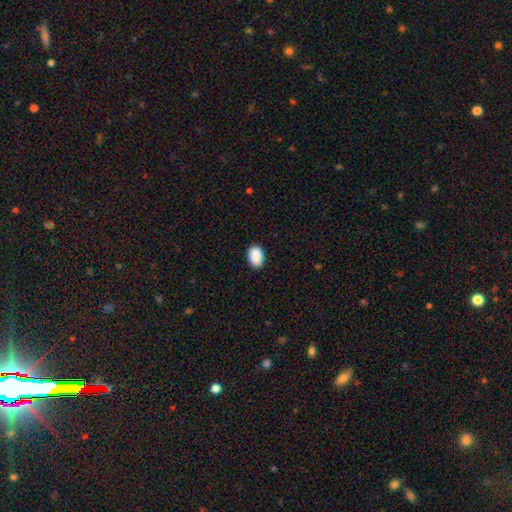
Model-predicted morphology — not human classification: smooth_or_featured: smooth (p=0.91) [alt: star or artifact p=0.07]
how_rounded: in between (p=0.87) [alt: round p=0.12]
merging: none (p=0.88) [alt: minor disturbance p=0.09]